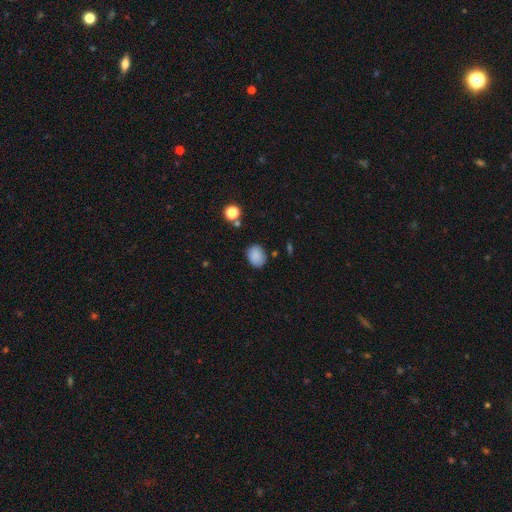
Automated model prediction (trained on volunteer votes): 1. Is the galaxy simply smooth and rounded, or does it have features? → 86% smooth, 10% star or artifact, 5% featured or disk.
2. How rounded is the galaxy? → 60% in between, 39% round, 1% cigar-shaped.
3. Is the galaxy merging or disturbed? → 78% none, 16% minor disturbance, 4% major disturbance, 3% merger.